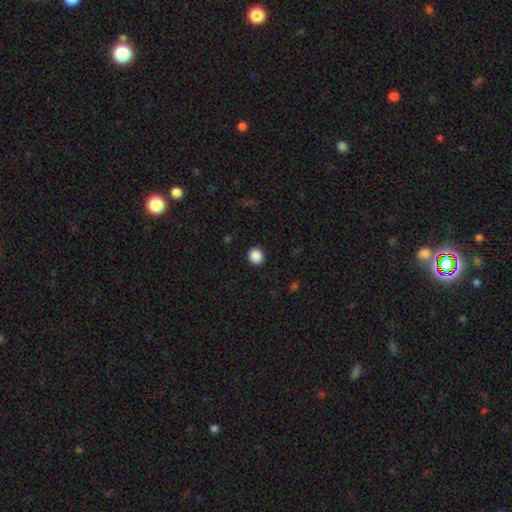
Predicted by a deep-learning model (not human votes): A smooth galaxy with no disk features (89%) that is round (85%). Merging: none (92%).